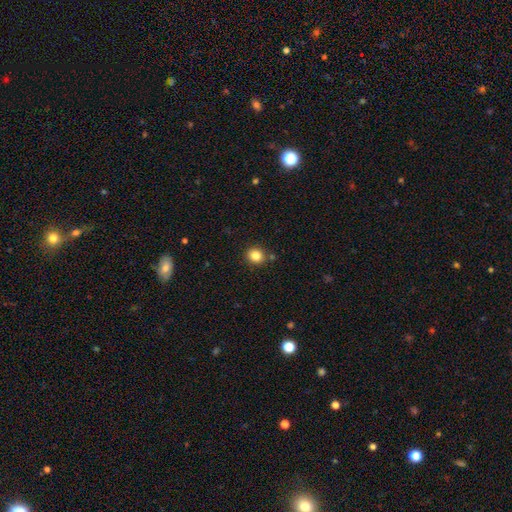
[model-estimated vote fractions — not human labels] Smooth or featured: smooth — 84% (star or artifact — 11%)
How rounded: round — 78% (in between — 21%)
Merging: none — 85% (minor disturbance — 8%)